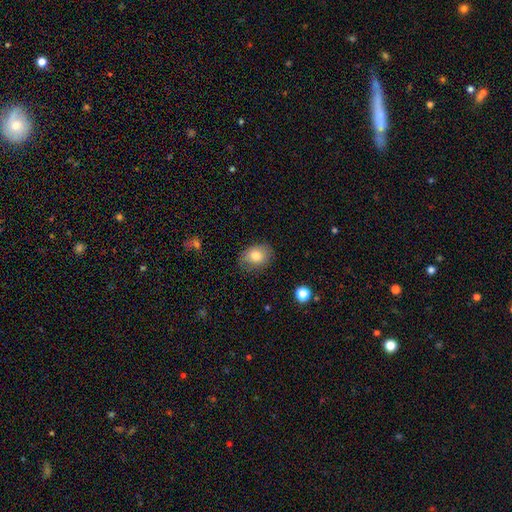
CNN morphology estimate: This appears to be a smooth galaxy with no disk features (79%) that is in between round and cigar-shaped (62%). Merging: none (77%).